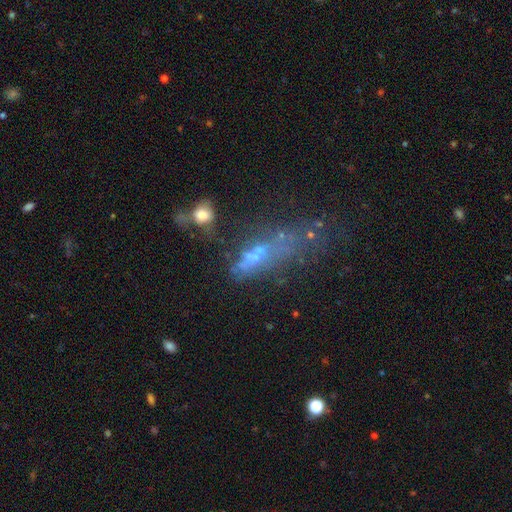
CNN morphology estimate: smooth_or_featured: featured or disk (p=0.40) [alt: smooth p=0.35]
merging: merger (p=0.32) [alt: major disturbance p=0.27]